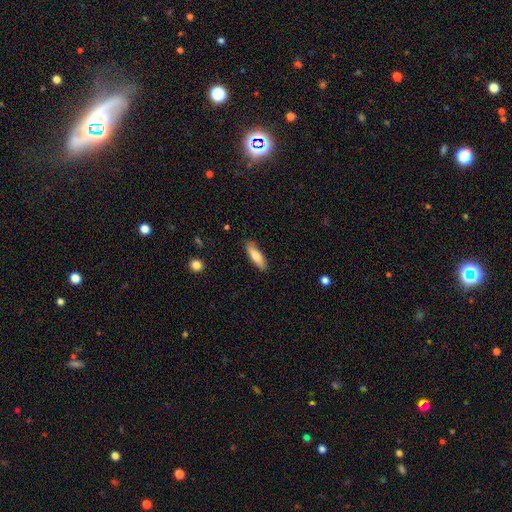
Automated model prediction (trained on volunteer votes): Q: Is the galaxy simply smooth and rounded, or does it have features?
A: smooth — 73%.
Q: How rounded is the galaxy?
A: cigar-shaped — 52%.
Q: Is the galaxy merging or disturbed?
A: none — 82%.